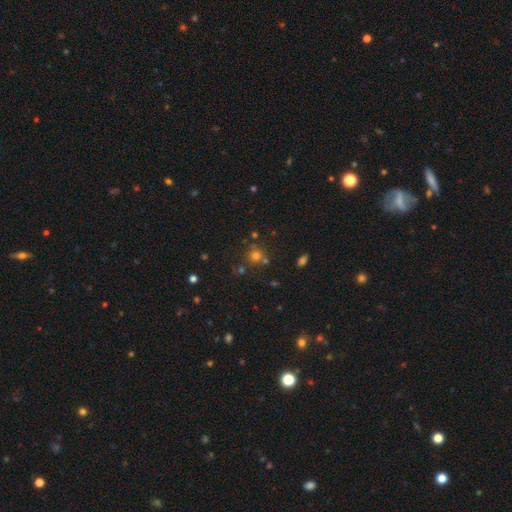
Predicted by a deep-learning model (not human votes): Smooth or featured? Predicted: smooth (p=0.66). How rounded? Predicted: round (p=0.89). Merging? Predicted: none (p=0.67).